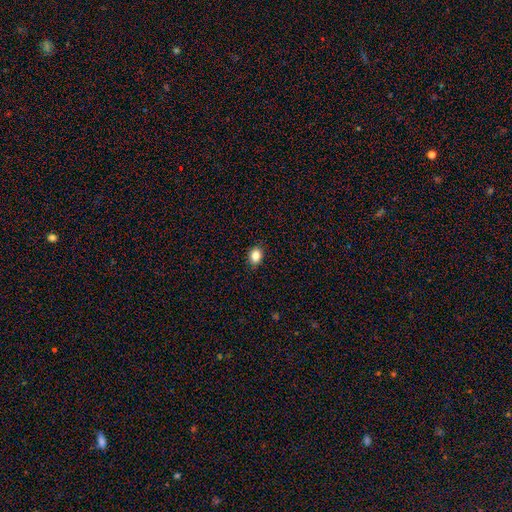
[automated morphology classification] A smooth galaxy with no disk features (85%) that is in between round and cigar-shaped (55%).

Vote fractions:
- Smooth or featured? smooth: 85% / star or artifact: 10% / featured or disk: 5%
- How rounded? in between: 55% / round: 44% / cigar-shaped: 1%
- Merging? none: 88% / minor disturbance: 9% / major disturbance: 2% / merger: 1%